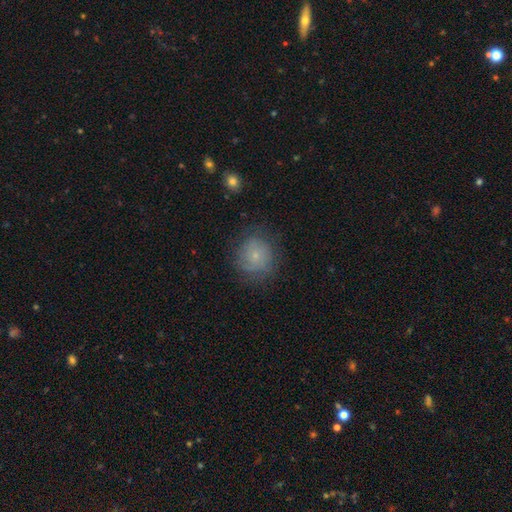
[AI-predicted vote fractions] smooth-or-featured: smooth: 64% | featured or disk: 26% | star or artifact: 11%
  how-rounded: round: 88% | in between: 11% | cigar-shaped: 1%
  merging: none: 73% | minor disturbance: 18% | major disturbance: 8% | merger: 1%